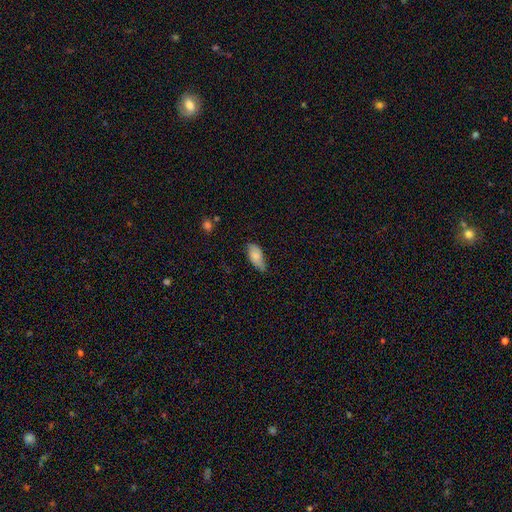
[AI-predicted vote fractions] Smooth or featured: smooth — 80% (featured or disk — 14%)
How rounded: in between — 89% (cigar-shaped — 8%)
Merging: none — 58% (minor disturbance — 35%)